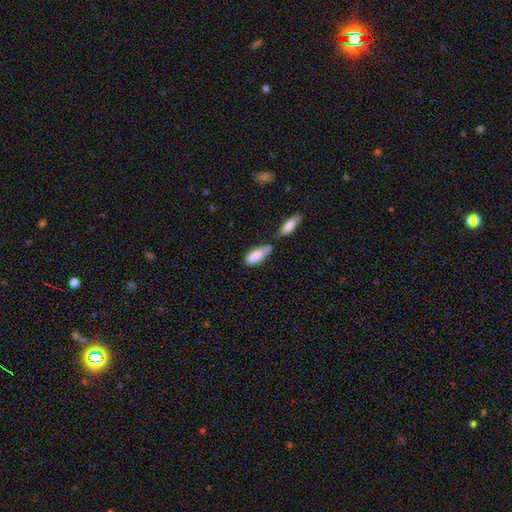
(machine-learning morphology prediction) Overall: smooth (82%). How rounded: in between (76%). Merging: merger (41%; none 27%).